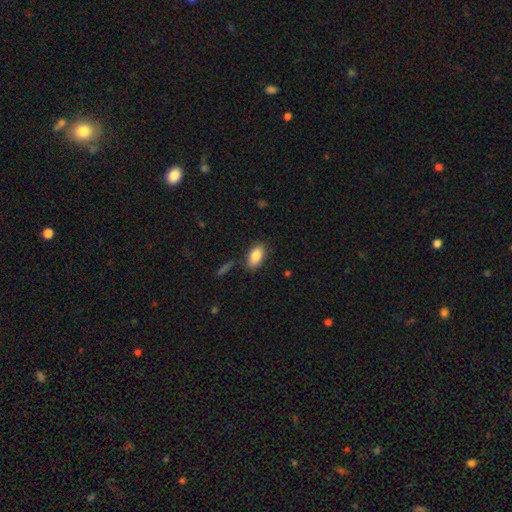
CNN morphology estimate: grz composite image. It shows a smooth galaxy with no disk features (85%) that is in between round and cigar-shaped (91%). Merging: none (81%).